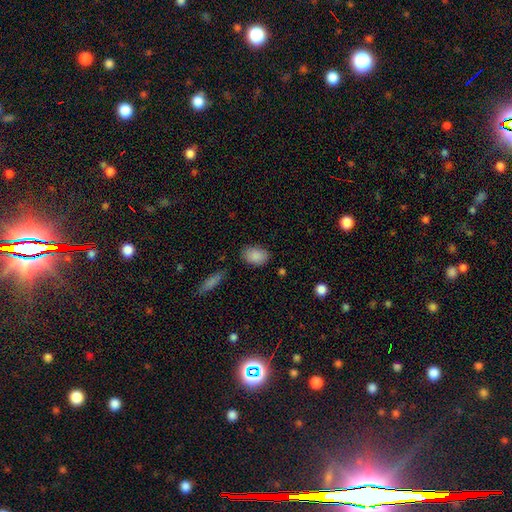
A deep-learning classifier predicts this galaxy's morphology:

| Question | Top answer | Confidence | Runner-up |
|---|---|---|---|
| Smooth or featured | smooth | 88% | star or artifact (7%) |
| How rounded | in between | 85% | round (14%) |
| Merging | none | 82% | minor disturbance (13%) |